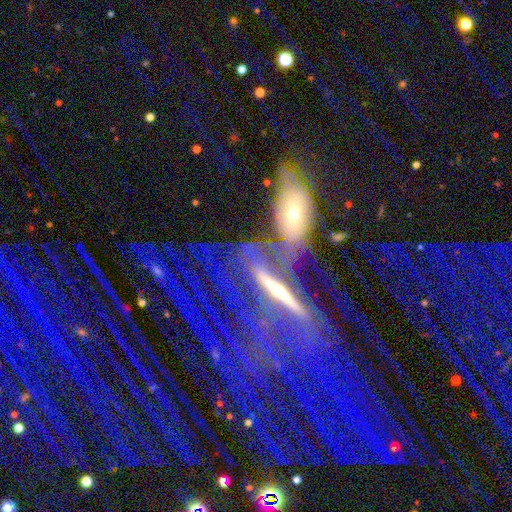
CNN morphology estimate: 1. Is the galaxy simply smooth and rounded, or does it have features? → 50% featured or disk, 26% star or artifact, 23% smooth.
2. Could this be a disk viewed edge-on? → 63% no, 37% yes.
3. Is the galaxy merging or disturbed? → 39% none, 32% merger, 16% major disturbance, 14% minor disturbance.